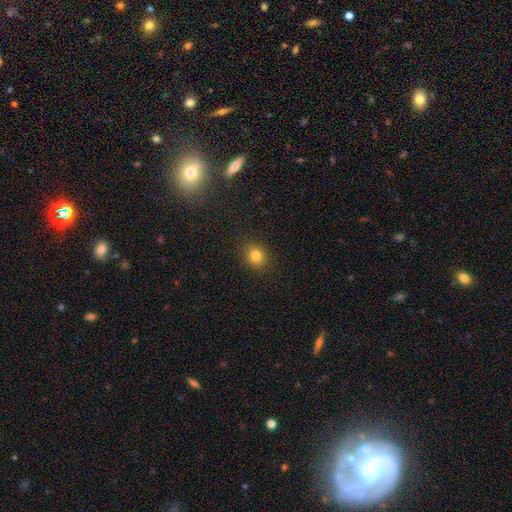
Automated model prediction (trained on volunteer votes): Smooth or featured: smooth — 81% (star or artifact — 13%)
How rounded: round — 74% (in between — 25%)
Merging: none — 89% (minor disturbance — 7%)